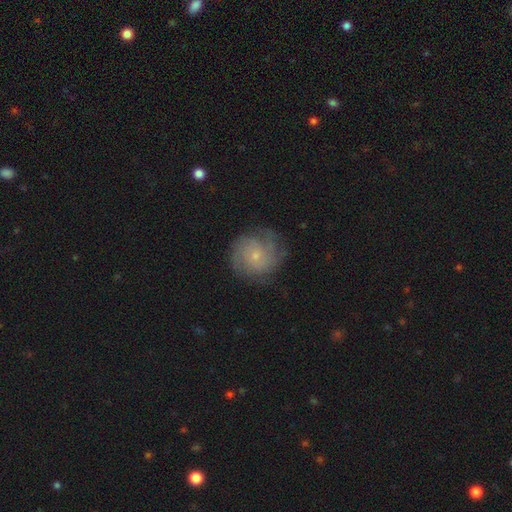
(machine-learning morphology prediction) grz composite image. It shows a featured or disk galaxy (64%) with no bar (81%), tight (55%) spiral arms (88%) and a small central bulge (77%). Merging: none (73%).